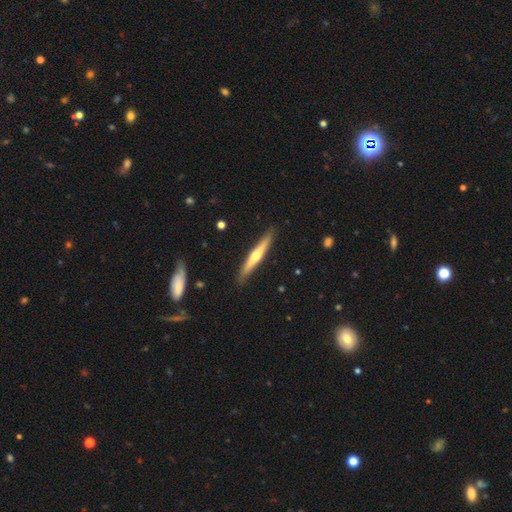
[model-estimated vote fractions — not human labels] A featured or disk galaxy (59%) viewed edge-on (96%) with a rounded central bulge (85%). Merging: none (90%).